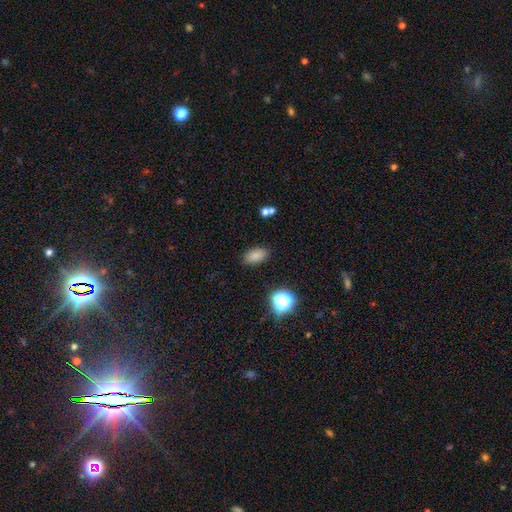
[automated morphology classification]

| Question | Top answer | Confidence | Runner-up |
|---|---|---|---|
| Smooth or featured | smooth | 82% | star or artifact (12%) |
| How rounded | in between | 89% | round (8%) |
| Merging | none | 86% | minor disturbance (10%) |